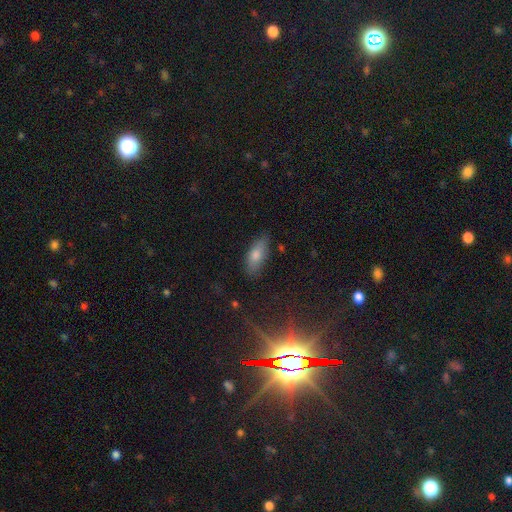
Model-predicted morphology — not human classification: Smooth or featured?
  - smooth: 70% *
  - featured or disk: 18%
  - star or artifact: 13%
How rounded?
  - in between: 75% *
  - cigar-shaped: 21%
  - round: 3%
Merging?
  - none: 79% *
  - minor disturbance: 16%
  - major disturbance: 4%
  - merger: 2%